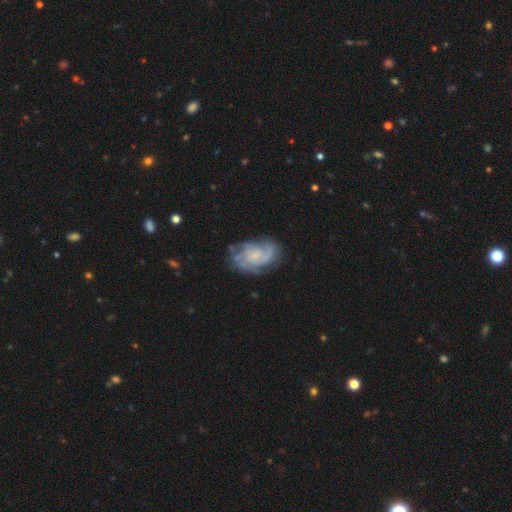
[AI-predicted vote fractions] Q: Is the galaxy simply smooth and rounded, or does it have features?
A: featured or disk — 78%.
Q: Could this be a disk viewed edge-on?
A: no — 97%.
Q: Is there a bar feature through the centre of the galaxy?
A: no — 70%.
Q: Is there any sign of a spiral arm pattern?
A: yes — 91%.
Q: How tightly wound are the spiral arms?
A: tight — 44%.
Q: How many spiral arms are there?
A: can't tell — 31%.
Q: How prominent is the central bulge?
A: small — 59%.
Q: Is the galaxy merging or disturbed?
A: none — 66%.